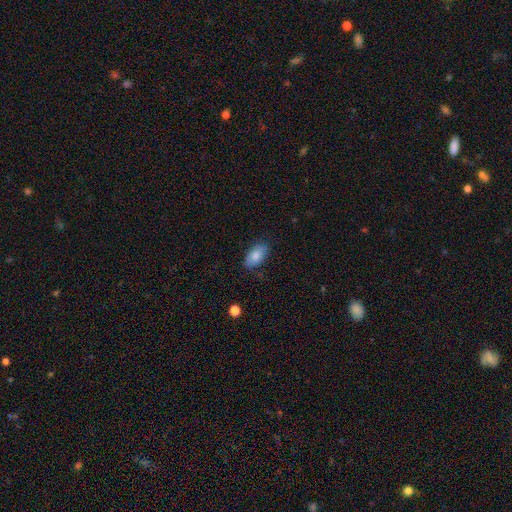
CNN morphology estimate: A smooth galaxy with no disk features (83%) that is in between round and cigar-shaped (92%).

Vote fractions:
- Smooth or featured? smooth: 83% / featured or disk: 10% / star or artifact: 7%
- How rounded? in between: 92% / round: 4% / cigar-shaped: 3%
- Merging? none: 83% / minor disturbance: 13% / major disturbance: 3% / merger: 1%